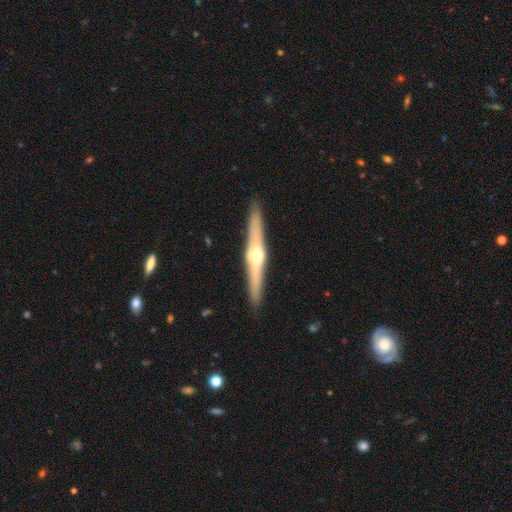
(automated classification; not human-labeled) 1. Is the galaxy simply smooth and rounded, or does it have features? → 72% featured or disk, 23% smooth, 5% star or artifact.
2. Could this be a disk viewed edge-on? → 97% yes, 3% no.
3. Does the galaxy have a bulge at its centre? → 92% rounded, 4% boxy, 4% none.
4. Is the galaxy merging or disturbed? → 91% none, 6% minor disturbance, 1% major disturbance, 1% merger.